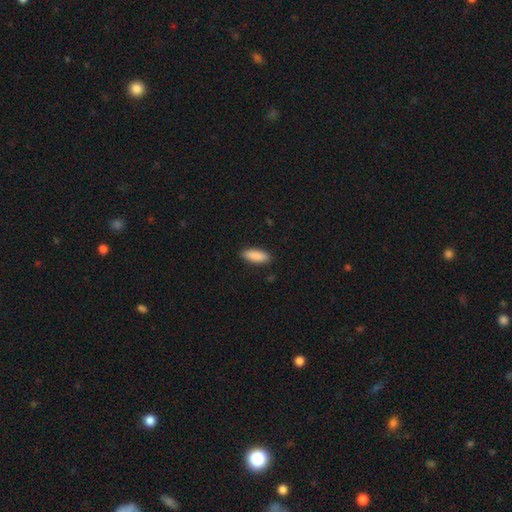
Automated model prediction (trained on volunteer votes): Smooth or featured?
  - smooth: 90% *
  - star or artifact: 6%
  - featured or disk: 4%
How rounded?
  - in between: 68% *
  - cigar-shaped: 31%
  - round: 2%
Merging?
  - none: 89% *
  - minor disturbance: 8%
  - major disturbance: 2%
  - merger: 1%